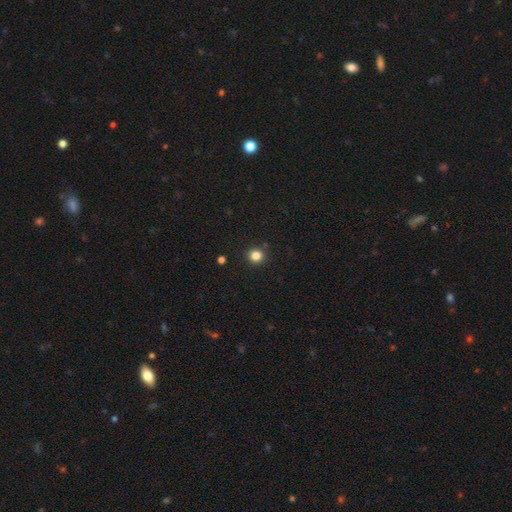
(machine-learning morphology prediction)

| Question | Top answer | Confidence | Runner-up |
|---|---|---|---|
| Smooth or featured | smooth | 83% | star or artifact (13%) |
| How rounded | round | 91% | in between (8%) |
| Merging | none | 91% | minor disturbance (6%) |